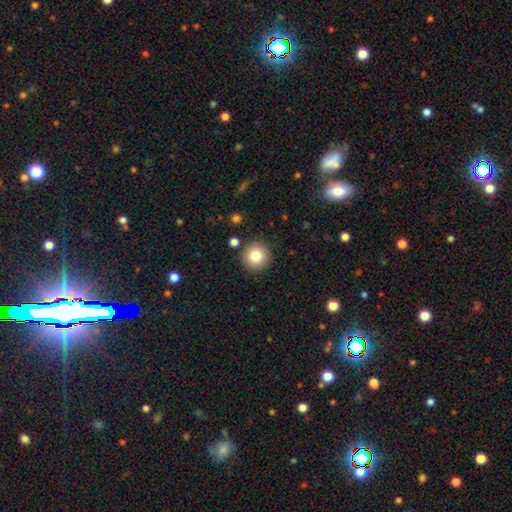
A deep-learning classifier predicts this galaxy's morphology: Smooth or featured? Predicted: smooth (p=0.81). How rounded? Predicted: round (p=0.95). Merging? Predicted: none (p=0.89).